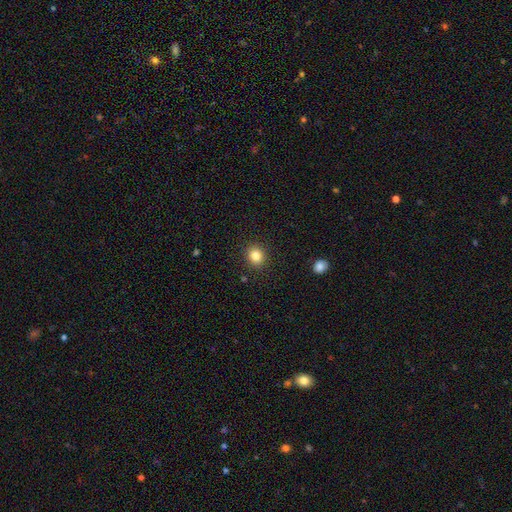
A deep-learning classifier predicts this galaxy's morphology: This appears to be a smooth galaxy with no disk features (83%) that is round (80%). Merging: none (90%).